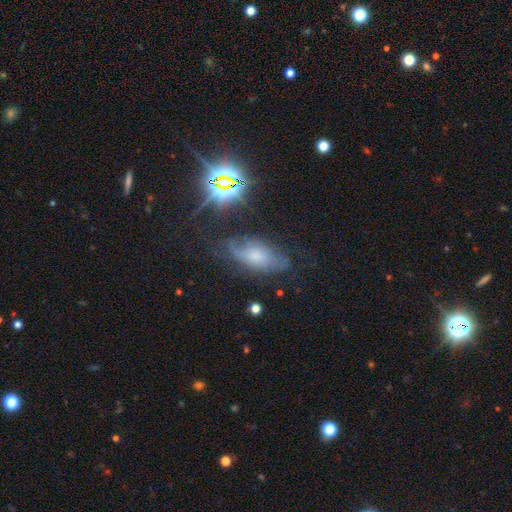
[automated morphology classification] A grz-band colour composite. It shows a smooth galaxy with no disk features (39%). Merging: none (56%).